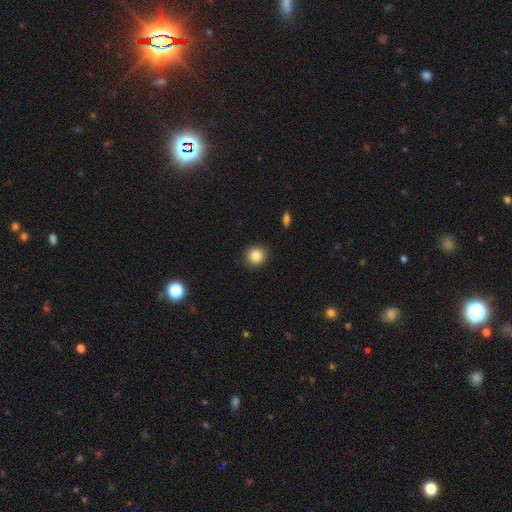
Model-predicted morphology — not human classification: type=smooth (85%); roundness=round (91%); merging=none (91%).